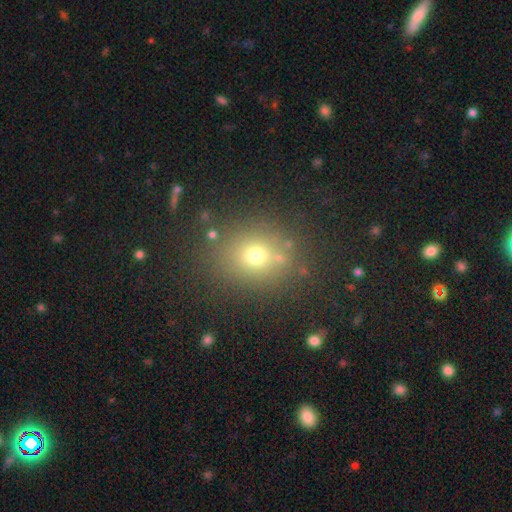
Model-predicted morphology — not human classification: Q: Smooth or featured?
A: smooth (67%); runner-up: star or artifact (21%)
Q: How rounded?
A: round (71%); runner-up: in between (28%)
Q: Merging?
A: none (80%); runner-up: minor disturbance (10%)